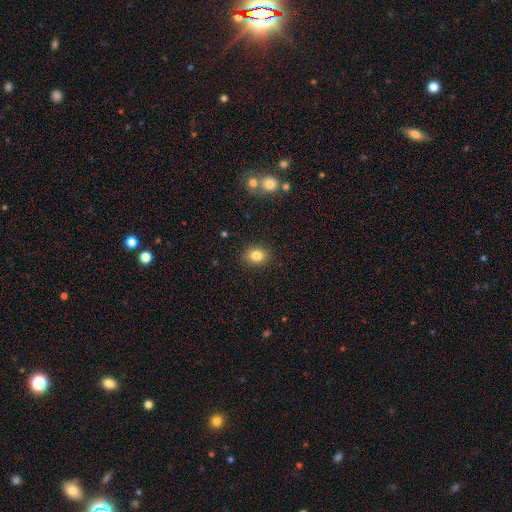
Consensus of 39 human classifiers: A smooth galaxy with no disk features (87%) that is round (50%, tied with in between). Merging: none (97%).